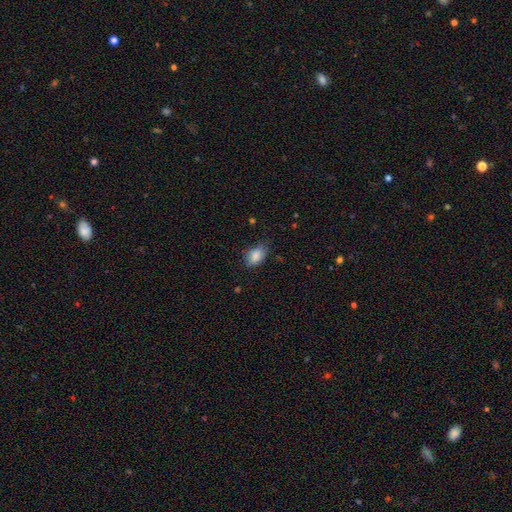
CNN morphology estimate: smooth-or-featured: smooth: 86% | star or artifact: 8% | featured or disk: 6%
  how-rounded: in between: 88% | round: 10% | cigar-shaped: 2%
  merging: none: 65% | minor disturbance: 28% | major disturbance: 6% | merger: 1%